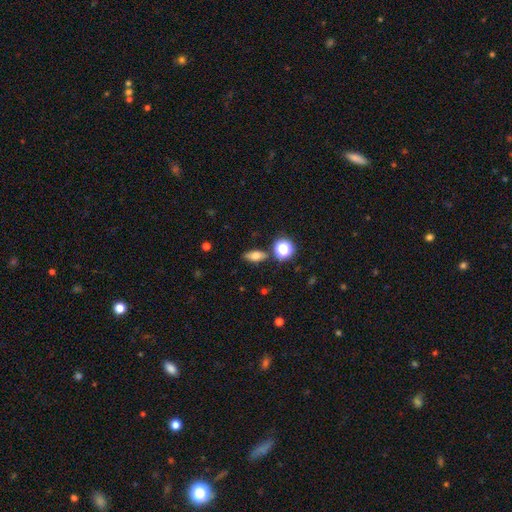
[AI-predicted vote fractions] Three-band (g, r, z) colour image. It shows a smooth galaxy with no disk features (70%) that is in between round and cigar-shaped (72%). Merging: none (80%).